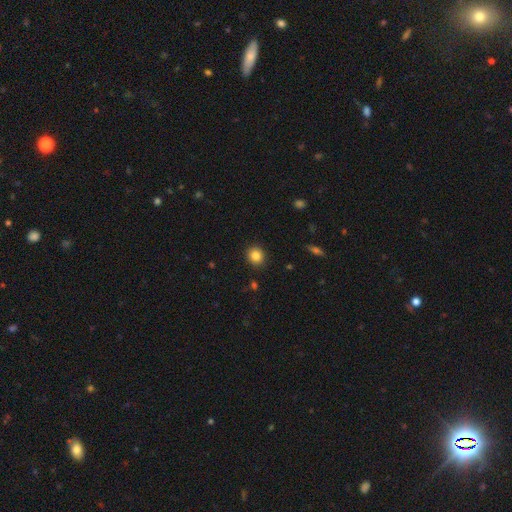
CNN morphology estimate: This is clearly a smooth galaxy (84%). How rounded: clearly round (83%). Merging: clearly none (91%).